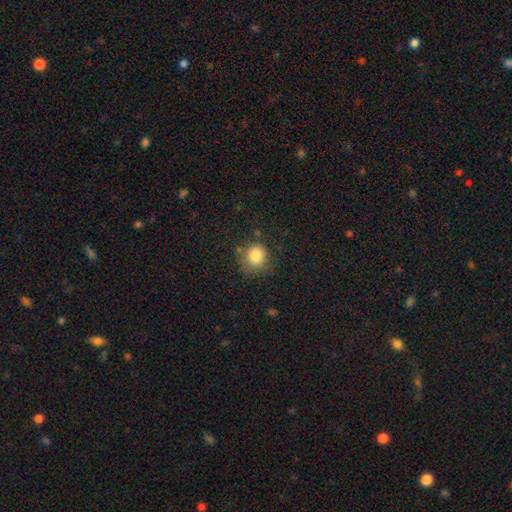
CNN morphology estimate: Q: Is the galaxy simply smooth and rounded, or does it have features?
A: smooth — 83%.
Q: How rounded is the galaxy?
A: round — 89%.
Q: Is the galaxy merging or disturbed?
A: none — 75%.